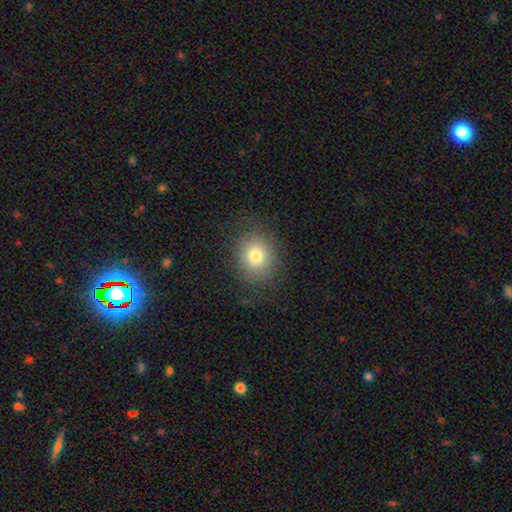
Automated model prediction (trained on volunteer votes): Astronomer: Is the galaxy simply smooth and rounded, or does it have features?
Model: smooth — 77%.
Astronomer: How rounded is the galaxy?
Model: round — 67%.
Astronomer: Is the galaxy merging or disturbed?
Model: none — 82%.